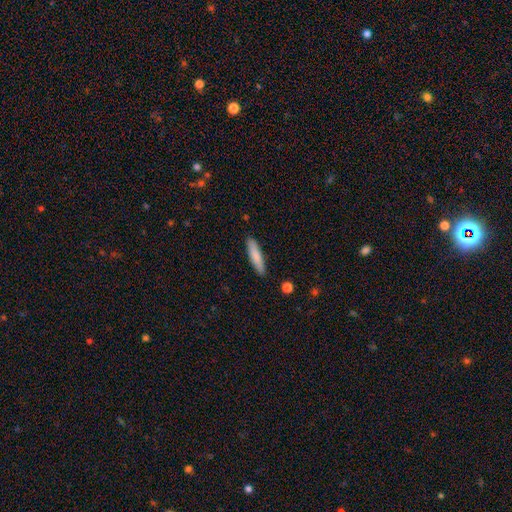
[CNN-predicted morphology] smooth_or_featured: smooth (p=0.82) [alt: featured or disk p=0.13]
how_rounded: cigar-shaped (p=0.80) [alt: in between p=0.18]
merging: none (p=0.89) [alt: minor disturbance p=0.08]